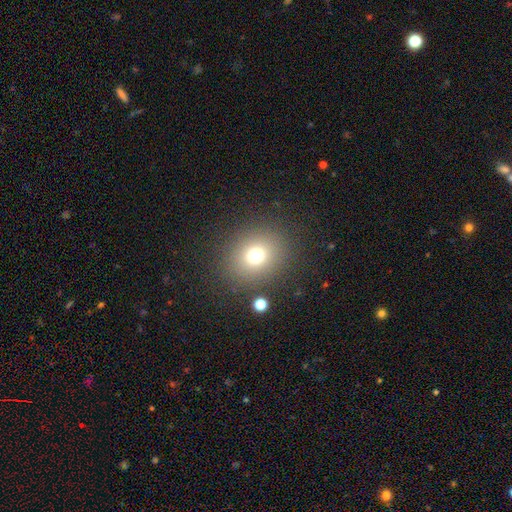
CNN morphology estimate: A smooth galaxy with no disk features (73%) that is round (70%). Merging: none (85%).